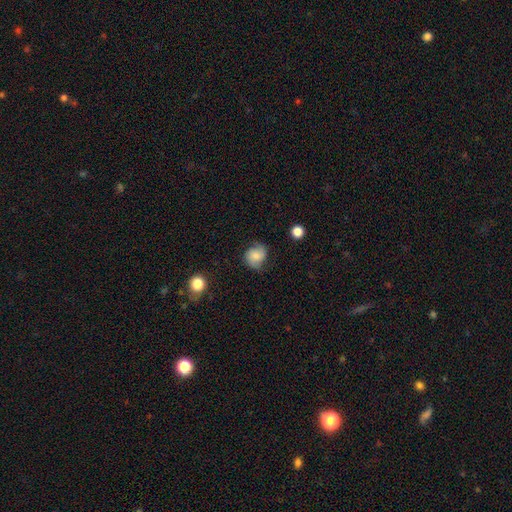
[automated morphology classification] A smooth galaxy with no disk features (63%) that is round (69%). Merging: none (64%).